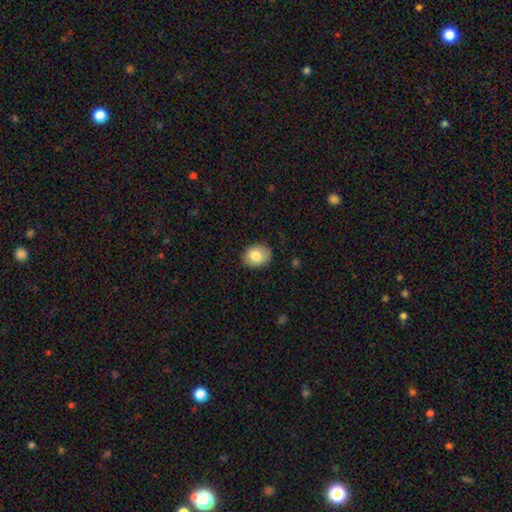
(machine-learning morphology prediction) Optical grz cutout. It shows a smooth galaxy with no disk features (80%) that is in between round and cigar-shaped (61%). Merging: none (86%).